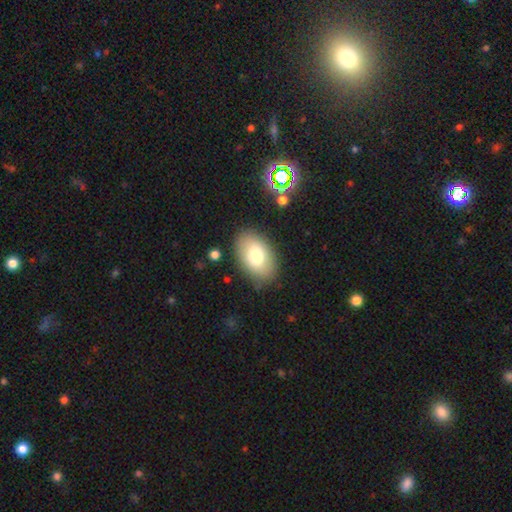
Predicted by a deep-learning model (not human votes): This is likely a smooth galaxy (75%). How rounded: clearly in between (90%). Merging: clearly none (84%).